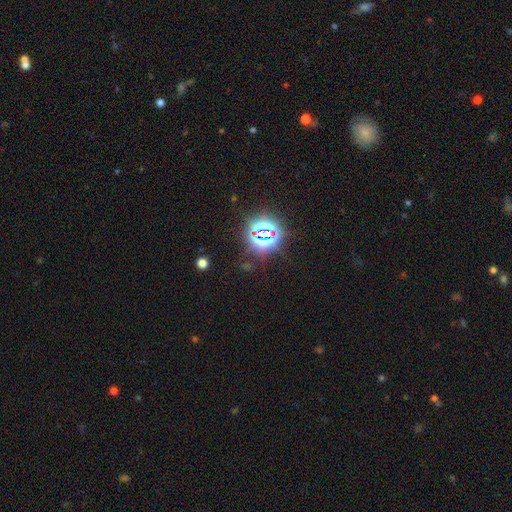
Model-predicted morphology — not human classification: smooth_or_featured: star or artifact (p=0.81) [alt: smooth p=0.12]